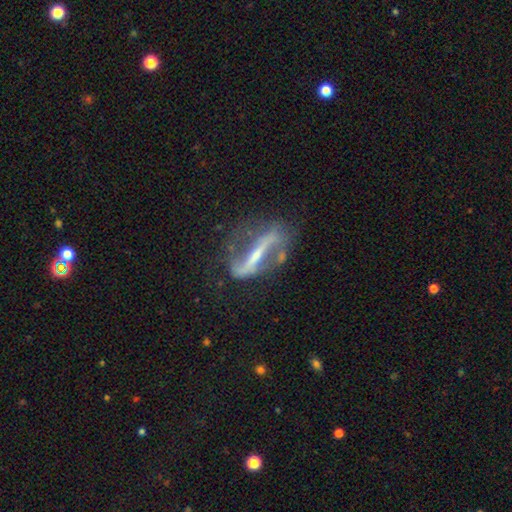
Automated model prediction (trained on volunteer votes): Q: Smooth or featured?
A: featured or disk (83%); runner-up: smooth (10%)
Q: Edge-on disk?
A: no (75%); runner-up: yes (25%)
Q: Bar?
A: strong (76%); runner-up: weak (15%)
Q: Spiral arms?
A: yes (81%); runner-up: no (19%)
Q: Spiral winding?
A: loose (63%); runner-up: medium (26%)
Q: Spiral arm count?
A: 2 (85%); runner-up: 1 (6%)
Q: Bulge size?
A: small (59%); runner-up: moderate (28%)
Q: Merging?
A: none (57%); runner-up: minor disturbance (21%)